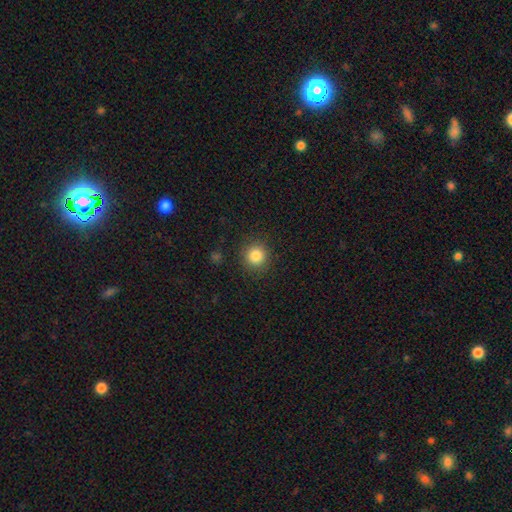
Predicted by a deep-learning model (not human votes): A smooth galaxy with no disk features (84%) that is round (92%). Merging: none (90%).